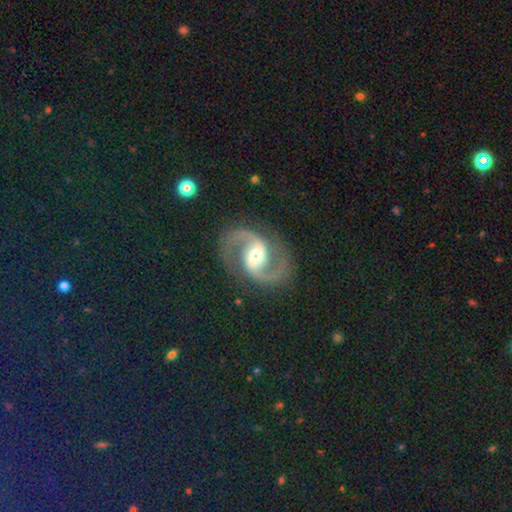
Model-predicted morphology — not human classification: This is clearly a featured or disk galaxy (93%). It is clearly not viewed edge-on (98%). Bar: marginally weak (44%). Spiral arm pattern: clearly yes (98%). Spiral arm count: clearly 2 (95%). Spiral winding: likely medium (61%). Central bulge: likely moderate (67%). Merging: clearly none (86%).